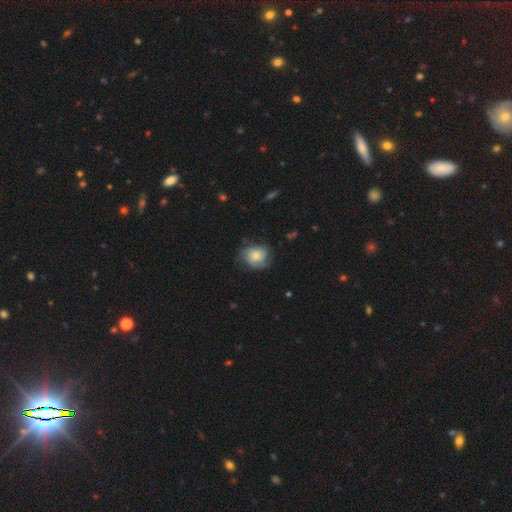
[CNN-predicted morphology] Smooth or featured: featured or disk — 62% (smooth — 30%)
Edge-on disk: no — 98% (yes — 2%)
Bar: no — 75% (weak — 21%)
Spiral arms: yes — 91% (no — 9%)
Spiral winding: tight — 53% (medium — 35%)
Spiral arm count: can't tell — 31% (3 — 26%)
Bulge size: moderate — 48% (small — 34%)
Merging: none — 67% (minor disturbance — 22%)